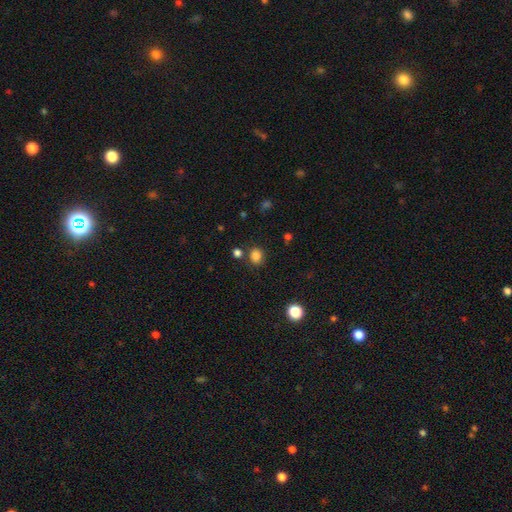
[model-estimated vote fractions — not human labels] The model was most divided on "how rounded": round: 68%, in between: 31%, cigar-shaped: 1%. More confident: smooth or featured — smooth (83%); merging — none (78%).